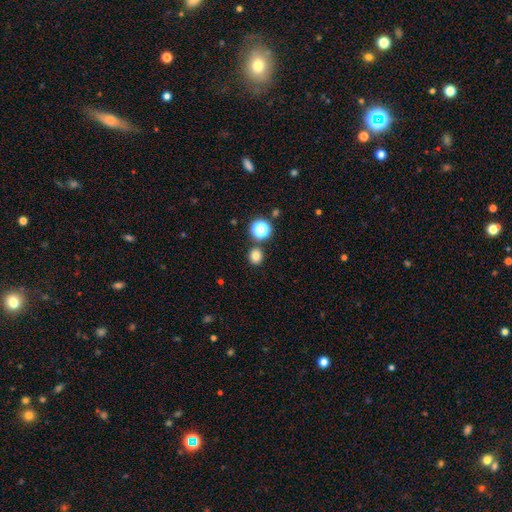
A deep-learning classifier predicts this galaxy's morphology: A smooth galaxy with no disk features (79%) that is round (82%).

Vote fractions:
- Smooth or featured? smooth: 79% / star or artifact: 16% / featured or disk: 5%
- How rounded? round: 82% / in between: 17% / cigar-shaped: 1%
- Merging? none: 84% / merger: 7% / minor disturbance: 7% / major disturbance: 2%